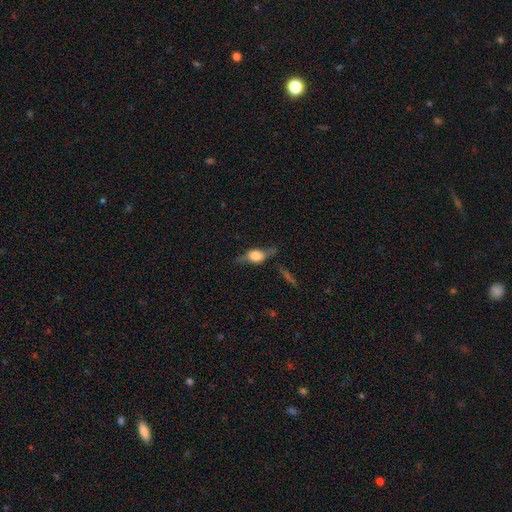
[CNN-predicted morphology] This is possibly a featured or disk galaxy (54%). It is clearly viewed edge-on (87%). Merging: likely none (64%).